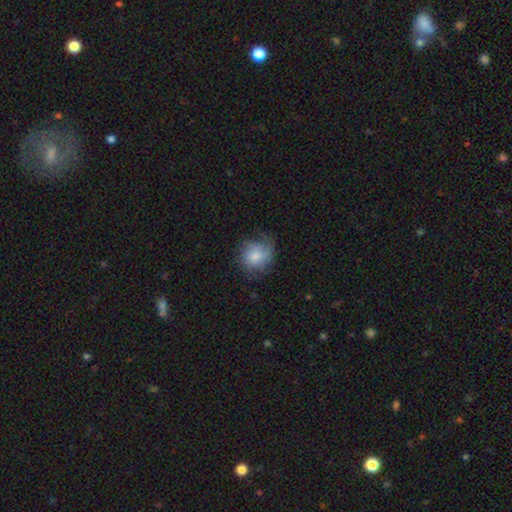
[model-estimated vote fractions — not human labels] Morphology: type=smooth (64%); roundness=round (79%); merging=none (59%).